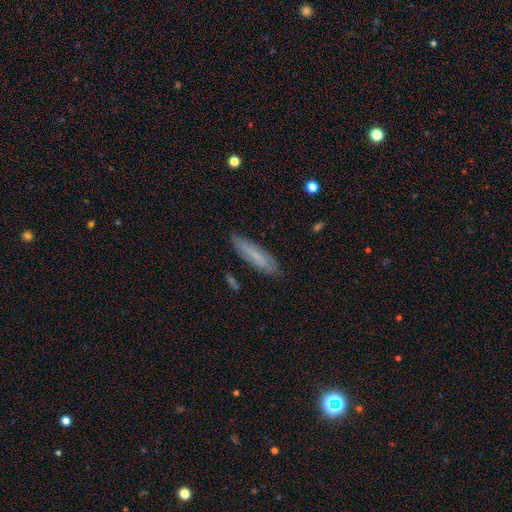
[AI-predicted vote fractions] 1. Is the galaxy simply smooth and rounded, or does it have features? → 60% smooth, 32% featured or disk, 8% star or artifact.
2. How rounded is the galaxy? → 71% cigar-shaped, 27% in between, 2% round.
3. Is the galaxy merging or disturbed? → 80% none, 15% minor disturbance, 3% major disturbance, 2% merger.